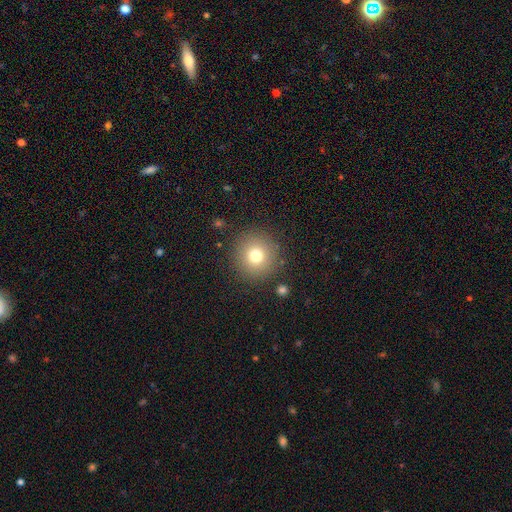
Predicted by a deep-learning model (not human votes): This appears to be a smooth galaxy with no disk features (76%) that is round (95%). Merging: none (88%).